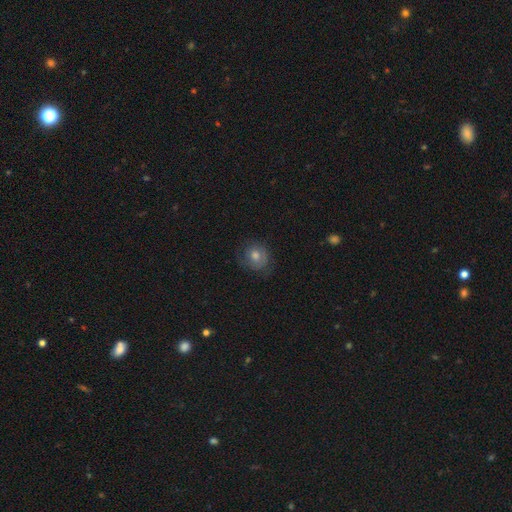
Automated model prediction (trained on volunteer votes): A smooth galaxy with no disk features (57%) that is round (77%).

Vote fractions:
- Smooth or featured? smooth: 57% / featured or disk: 30% / star or artifact: 14%
- How rounded? round: 77% / in between: 22% / cigar-shaped: 1%
- Merging? none: 73% / minor disturbance: 18% / major disturbance: 8% / merger: 1%